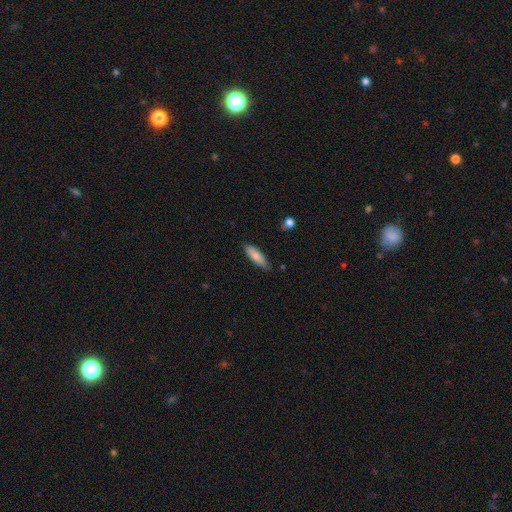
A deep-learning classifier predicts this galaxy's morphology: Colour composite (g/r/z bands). It shows a smooth galaxy with no disk features (80%) that is cigar-shaped (51%). Merging: none (80%).